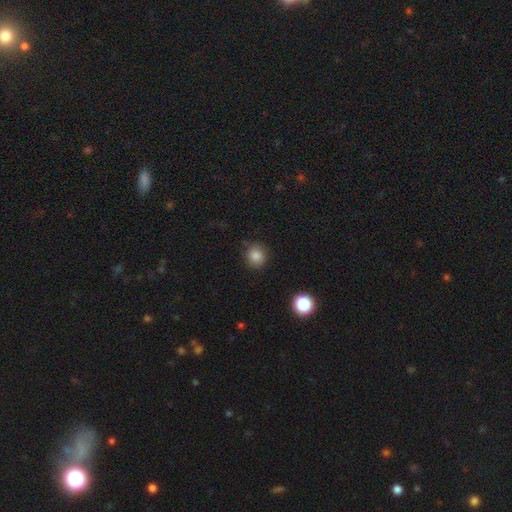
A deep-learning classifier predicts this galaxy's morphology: This appears to be a smooth galaxy with no disk features (85%) that is round (83%). Merging: none (83%).